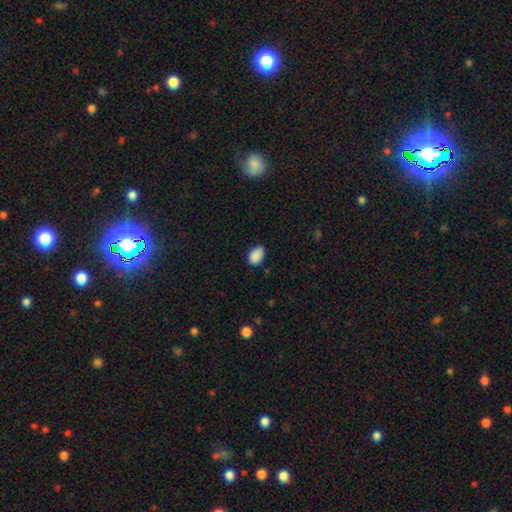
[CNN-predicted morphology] smooth 88%, star or artifact 8%, featured or disk 3%. Down the decision tree: how rounded — in between (83%); merging — none (74%).